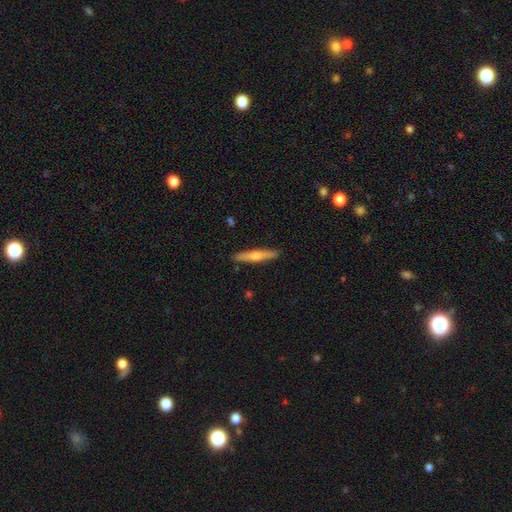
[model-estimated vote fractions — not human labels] Smooth or featured? Predicted: featured or disk (p=0.57). Edge-on disk? Predicted: yes (p=0.96). Edge-on bulge? Predicted: rounded (p=0.83). Merging? Predicted: none (p=0.91).